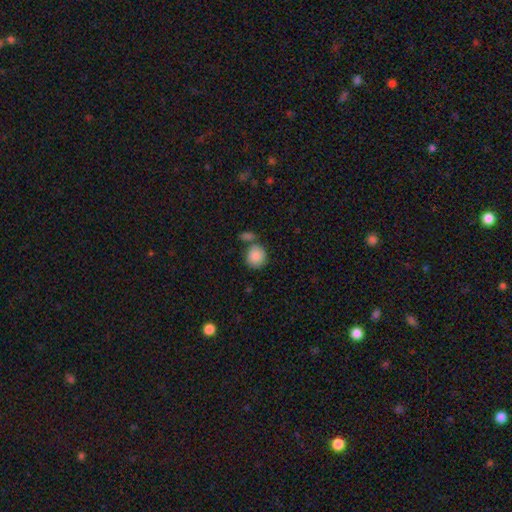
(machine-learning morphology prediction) A smooth galaxy with no disk features (87%) that is round (82%). Merging: none (61%).